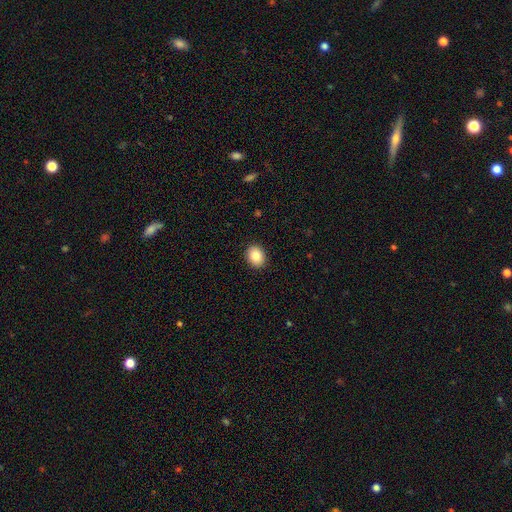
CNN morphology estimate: Smooth or featured? Predicted: smooth (p=0.86). How rounded? Predicted: in between (p=0.58). Merging? Predicted: none (p=0.91).